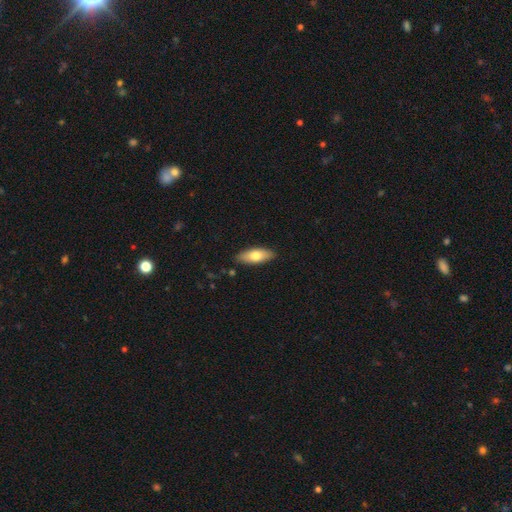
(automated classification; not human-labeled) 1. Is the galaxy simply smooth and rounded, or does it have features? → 71% smooth, 23% featured or disk, 6% star or artifact.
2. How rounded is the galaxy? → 76% in between, 22% cigar-shaped, 2% round.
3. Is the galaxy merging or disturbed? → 87% none, 10% minor disturbance, 2% major disturbance, 1% merger.